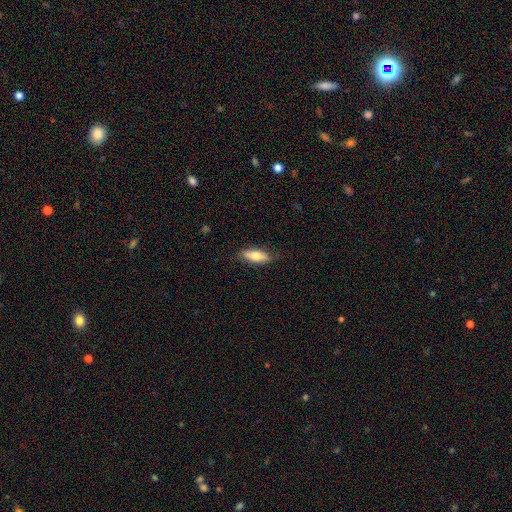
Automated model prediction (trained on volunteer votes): A smooth galaxy with no disk features (71%) that is in between round and cigar-shaped (67%). Merging: none (80%).